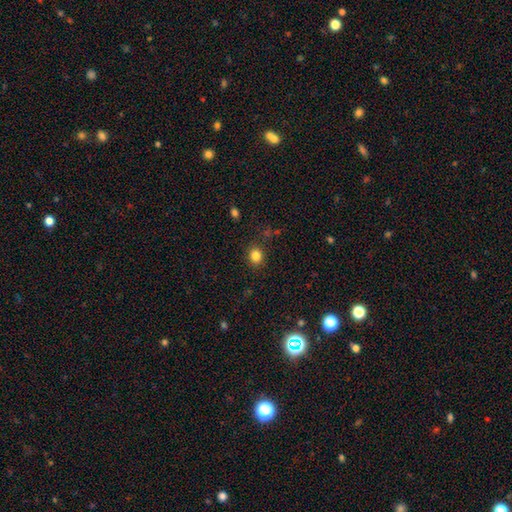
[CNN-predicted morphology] Smooth or featured: smooth — 83% (star or artifact — 12%)
How rounded: round — 70% (in between — 29%)
Merging: none — 87% (minor disturbance — 8%)